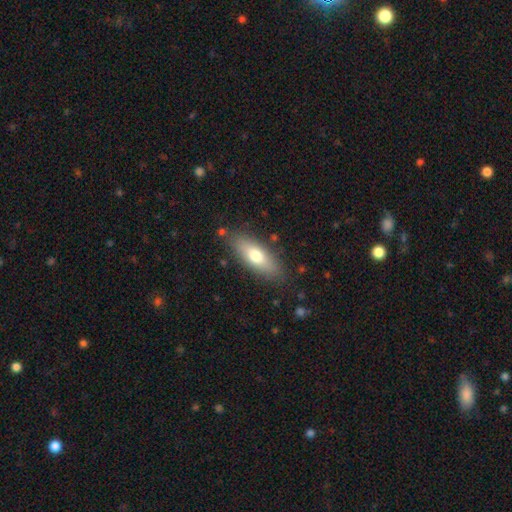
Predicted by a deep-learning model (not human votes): The model was most divided on "how rounded": in between: 67%, cigar-shaped: 30%, round: 3%. More confident: merging — none (83%); smooth or featured — smooth (70%).